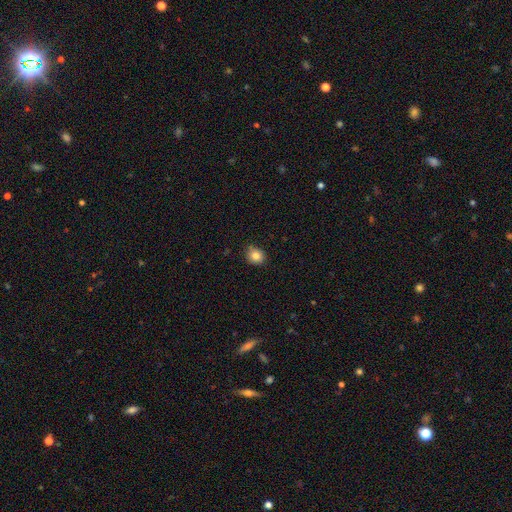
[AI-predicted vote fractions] A smooth galaxy with no disk features (83%) that is round (73%).

Vote fractions:
- Smooth or featured? smooth: 83% / star or artifact: 10% / featured or disk: 7%
- How rounded? round: 73% / in between: 26% / cigar-shaped: 1%
- Merging? none: 79% / minor disturbance: 17% / major disturbance: 2% / merger: 1%